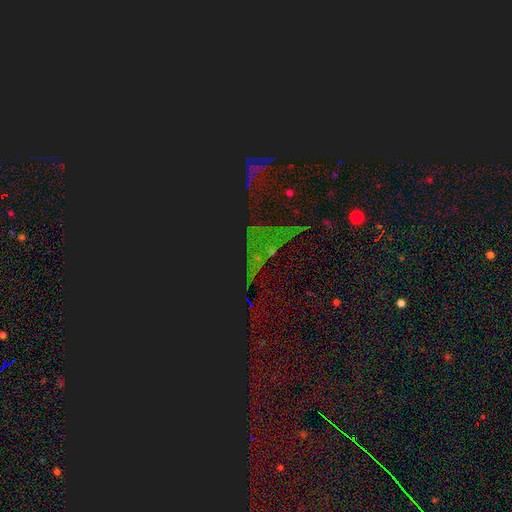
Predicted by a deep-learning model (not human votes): Smooth or featured? star or artifact (79%)